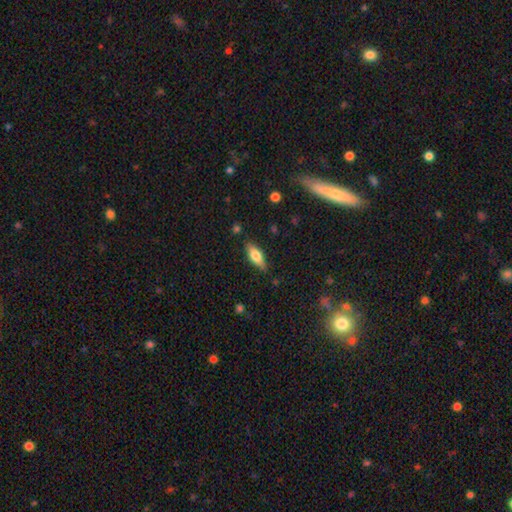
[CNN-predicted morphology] smooth-or-featured: smooth: 64% | featured or disk: 29% | star or artifact: 7%
  how-rounded: in between: 60% | cigar-shaped: 38% | round: 3%
  merging: none: 83% | minor disturbance: 12% | major disturbance: 3% | merger: 2%